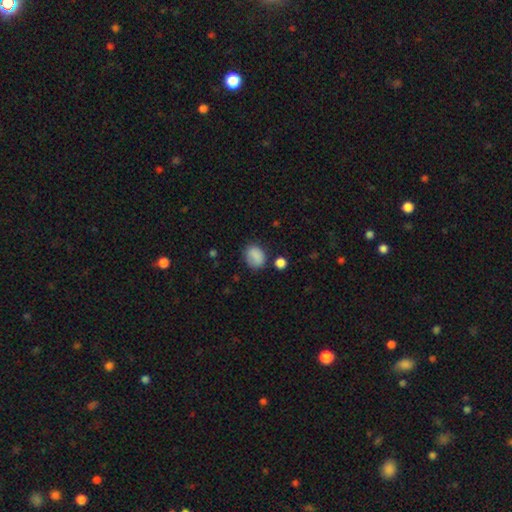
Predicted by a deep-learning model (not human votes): Q: Smooth or featured?
A: smooth (84%); runner-up: star or artifact (10%)
Q: How rounded?
A: in between (56%); runner-up: round (43%)
Q: Merging?
A: none (70%); runner-up: minor disturbance (20%)